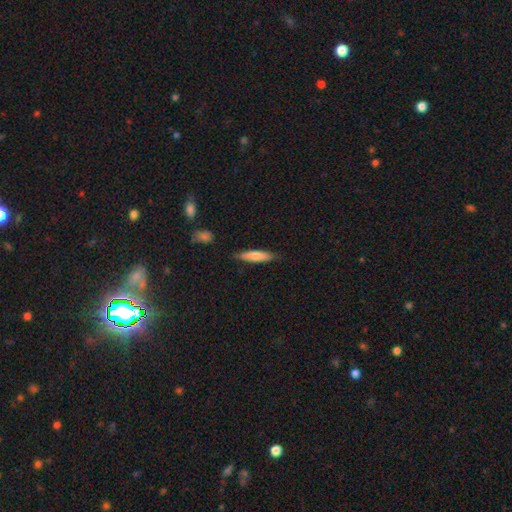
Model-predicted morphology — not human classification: Smooth or featured? smooth (75%)
How rounded? cigar-shaped (77%)
Merging? none (82%)